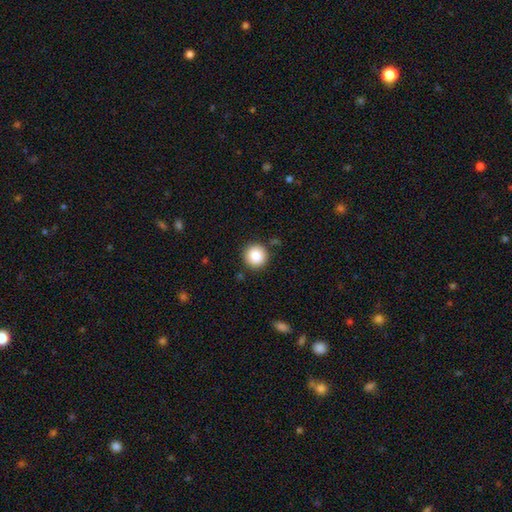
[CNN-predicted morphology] smooth-or-featured: smooth: 88% | star or artifact: 9% | featured or disk: 4%
  how-rounded: round: 95% | in between: 4% | cigar-shaped: 1%
  merging: none: 88% | minor disturbance: 7% | major disturbance: 2% | merger: 2%